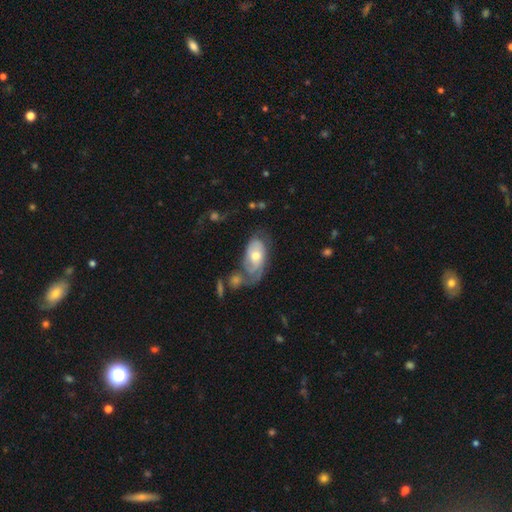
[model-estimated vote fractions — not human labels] featured or disk 61%, smooth 33%, star or artifact 6%. Down the decision tree: edge-on disk — no (93%); bar — no (76%); spiral arms — yes (77%); bulge size — moderate (69%); merging — none (36%).